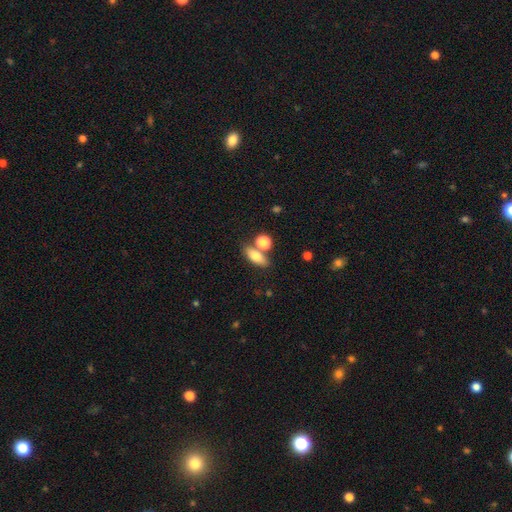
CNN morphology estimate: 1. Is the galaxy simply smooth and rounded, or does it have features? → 75% smooth, 16% featured or disk, 9% star or artifact.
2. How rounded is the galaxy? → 70% in between, 19% cigar-shaped, 11% round.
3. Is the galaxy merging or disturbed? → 62% none, 23% merger, 11% minor disturbance, 4% major disturbance.